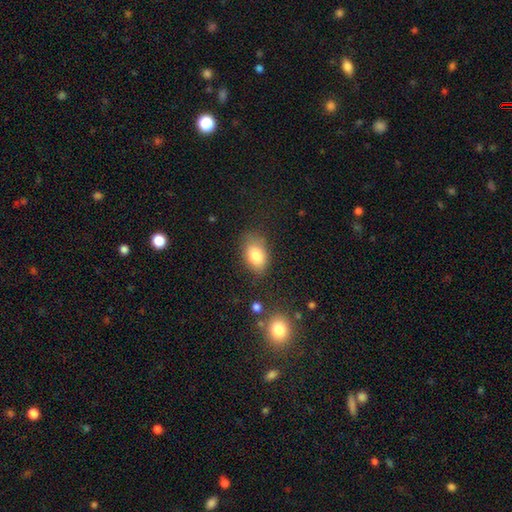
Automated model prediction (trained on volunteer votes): smooth 83%, featured or disk 9%, star or artifact 8%. Down the decision tree: how rounded — in between (86%); merging — none (73%).